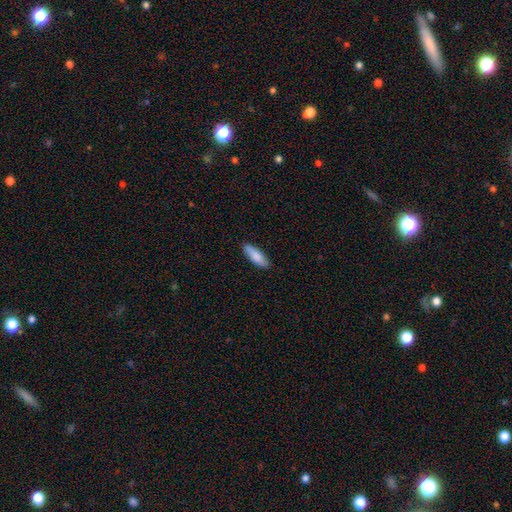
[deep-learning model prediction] smooth 84%, featured or disk 11%, star or artifact 5%. Down the decision tree: how rounded — in between (55%); merging — none (87%).